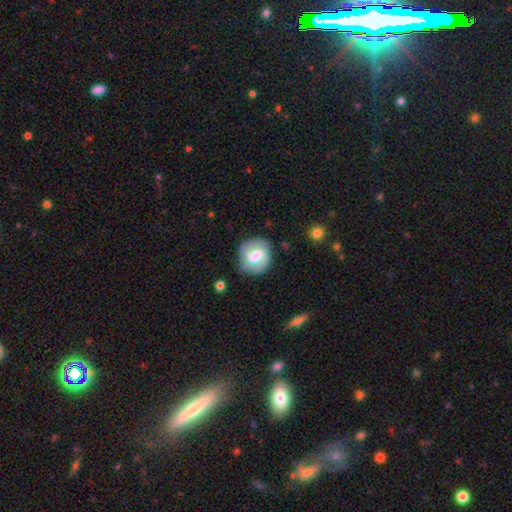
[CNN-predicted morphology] This appears to be a featured or disk galaxy (67%) with a weak bar (55%), 2 (80%) medium (43%) spiral arms (85%) and a moderate central bulge (60%). Merging: none (77%).